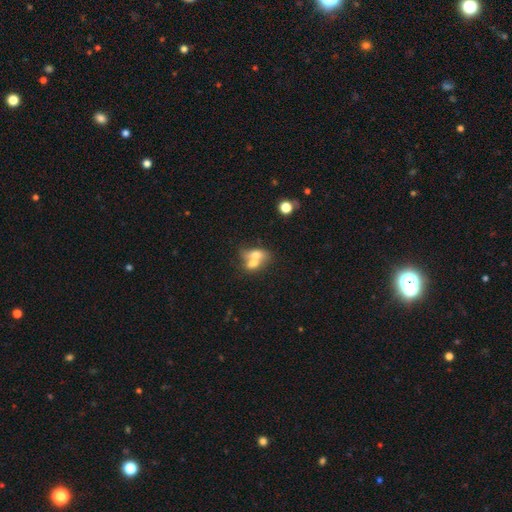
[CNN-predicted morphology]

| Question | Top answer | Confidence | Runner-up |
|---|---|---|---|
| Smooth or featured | smooth | 65% | featured or disk (26%) |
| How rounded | in between | 71% | round (25%) |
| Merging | merger | 72% | none (17%) |